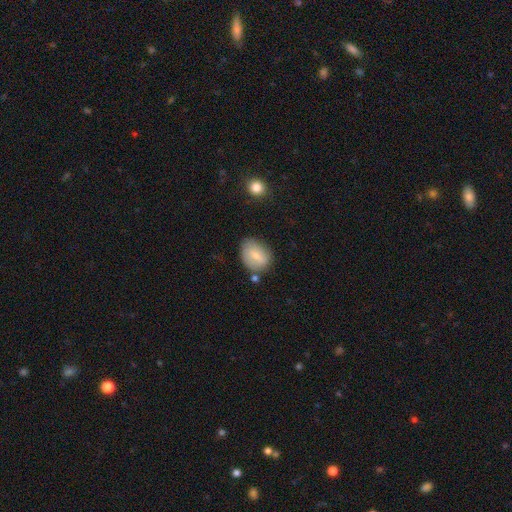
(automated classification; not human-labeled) Overall: smooth (74%). How rounded: in between (73%). Merging: none (67%).